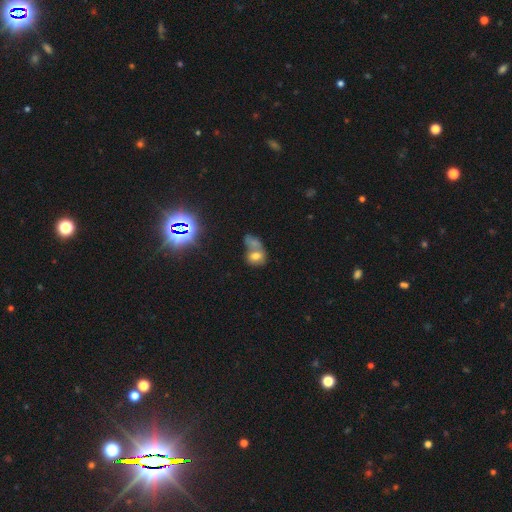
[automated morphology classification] Smooth or featured: smooth — 63% (featured or disk — 19%)
How rounded: in between — 61% (round — 37%)
Merging: merger — 60% (none — 24%)